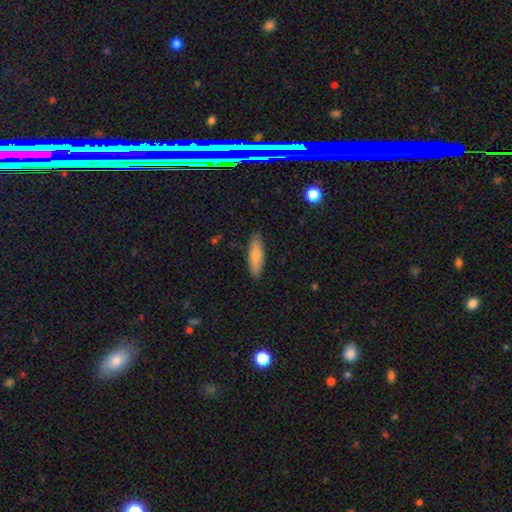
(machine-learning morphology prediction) A smooth galaxy with no disk features (77%) that is cigar-shaped (52%).

Vote fractions:
- Smooth or featured? smooth: 77% / featured or disk: 18% / star or artifact: 6%
- How rounded? cigar-shaped: 52% / in between: 46% / round: 2%
- Merging? none: 87% / minor disturbance: 10% / major disturbance: 2% / merger: 1%